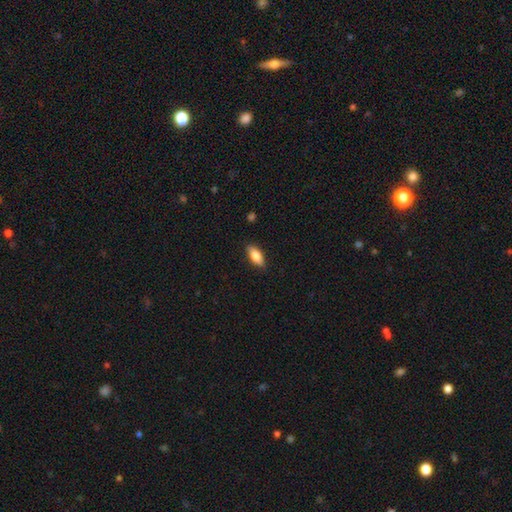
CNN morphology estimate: Q: Smooth or featured?
A: smooth (82%); runner-up: featured or disk (12%)
Q: How rounded?
A: in between (82%); runner-up: cigar-shaped (15%)
Q: Merging?
A: none (86%); runner-up: minor disturbance (10%)